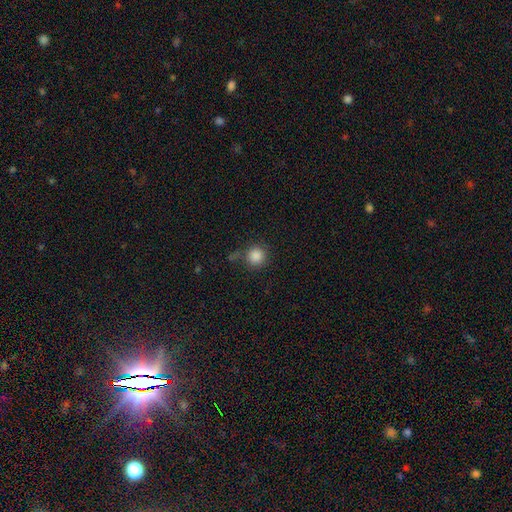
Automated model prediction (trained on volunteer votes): Smooth or featured: smooth — 86% (star or artifact — 10%)
How rounded: round — 93% (in between — 6%)
Merging: none — 72% (minor disturbance — 13%)